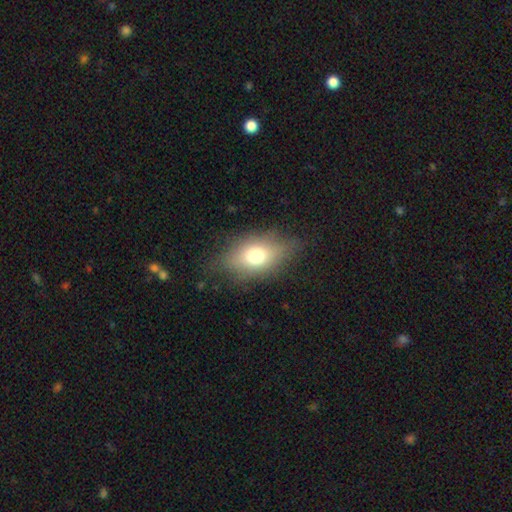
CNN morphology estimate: Smooth or featured? smooth (68%)
How rounded? in between (77%)
Merging? none (73%)